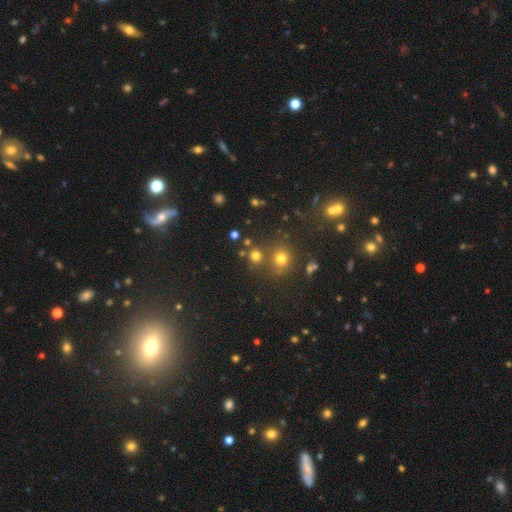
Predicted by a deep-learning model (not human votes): A smooth galaxy with no disk features (70%) that is round (87%). Merging: none (69%).